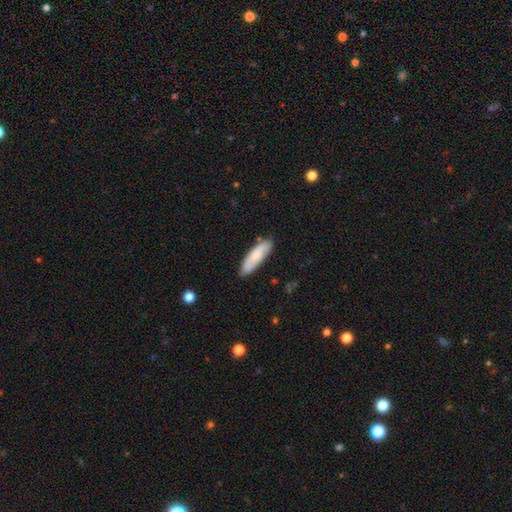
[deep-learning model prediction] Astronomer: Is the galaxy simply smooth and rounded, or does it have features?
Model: smooth — 81%.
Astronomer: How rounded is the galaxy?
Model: cigar-shaped — 59% (runner-up: in between, 40%).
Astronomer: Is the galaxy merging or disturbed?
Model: none — 82%.